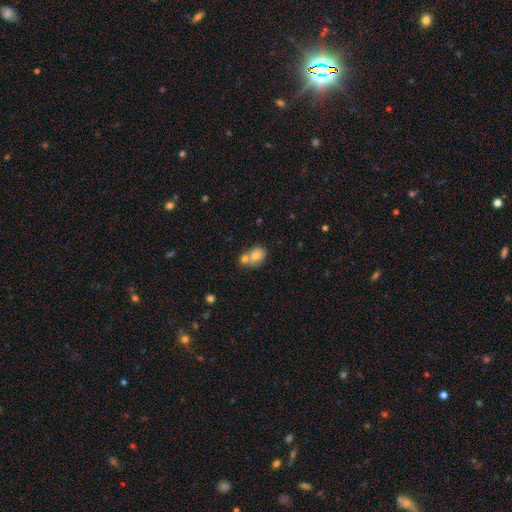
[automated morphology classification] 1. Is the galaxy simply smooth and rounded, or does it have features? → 74% smooth, 17% featured or disk, 9% star or artifact.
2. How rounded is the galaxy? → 57% in between, 42% round, 1% cigar-shaped.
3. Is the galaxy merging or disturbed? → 48% merger, 38% none, 11% minor disturbance, 3% major disturbance.